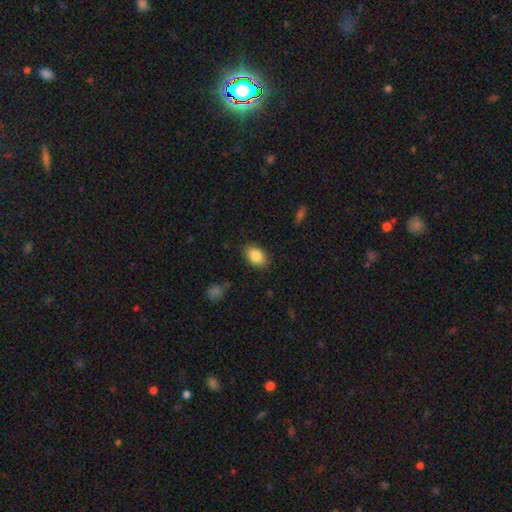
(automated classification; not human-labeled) A smooth galaxy with no disk features (86%) that is in between round and cigar-shaped (87%). Merging: none (84%).